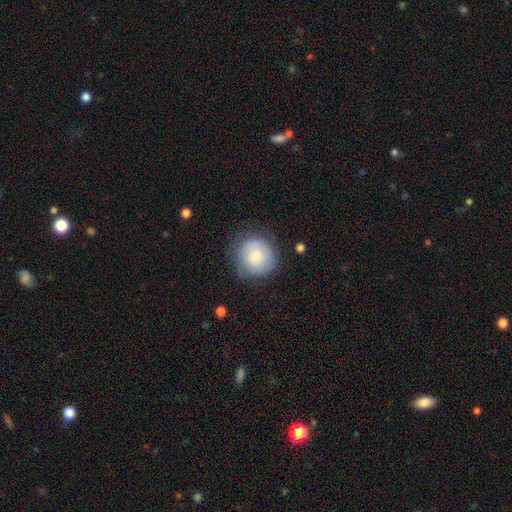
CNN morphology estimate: Smooth or featured: smooth — 72% (featured or disk — 21%)
How rounded: round — 88% (in between — 11%)
Merging: none — 65% (minor disturbance — 23%)